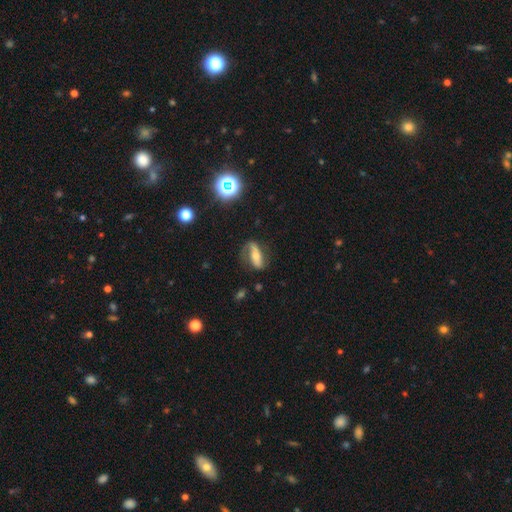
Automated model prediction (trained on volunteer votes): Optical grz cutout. It shows a featured or disk galaxy (60%). Merging: none (65%).